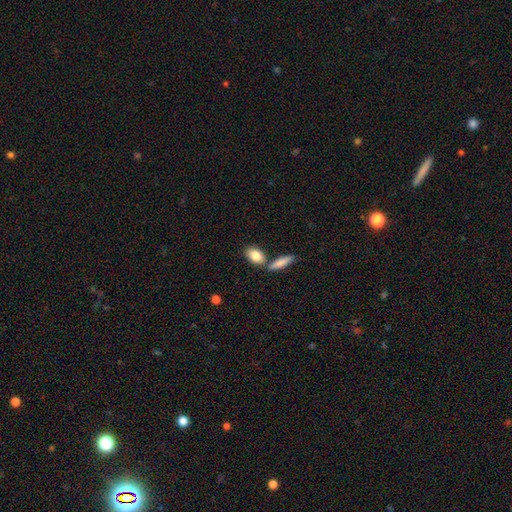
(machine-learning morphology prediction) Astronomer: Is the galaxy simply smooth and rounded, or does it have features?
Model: smooth — 84%.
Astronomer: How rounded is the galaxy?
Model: in between — 85%.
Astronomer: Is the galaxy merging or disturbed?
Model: none — 61%.